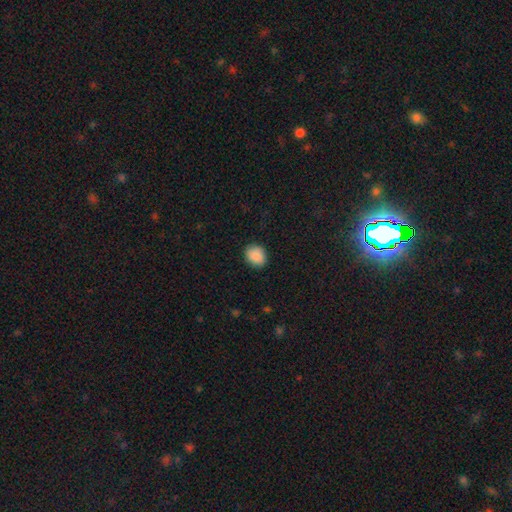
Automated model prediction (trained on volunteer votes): smooth-or-featured: smooth: 90% | star or artifact: 7% | featured or disk: 3%
  how-rounded: round: 57% | in between: 42% | cigar-shaped: 1%
  merging: none: 87% | minor disturbance: 9% | major disturbance: 2% | merger: 1%